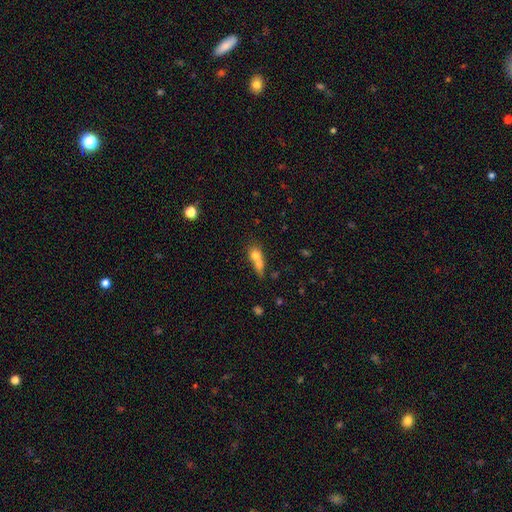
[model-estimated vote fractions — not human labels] Smooth or featured? smooth (69%)
How rounded? round (56%)
Merging? merger (67%)